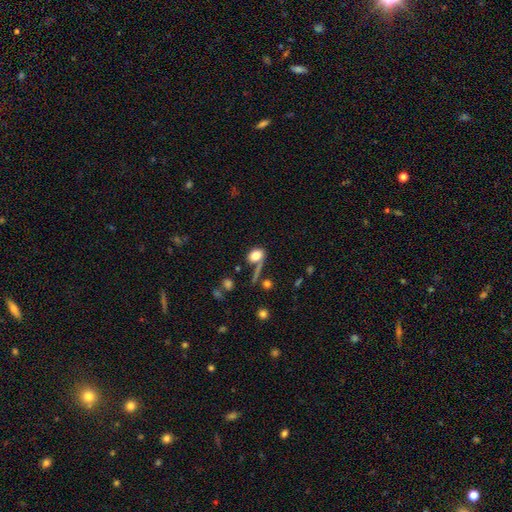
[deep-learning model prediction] This appears to be a smooth galaxy with no disk features (78%) that is in between round and cigar-shaped (76%). Merging: none (51%).